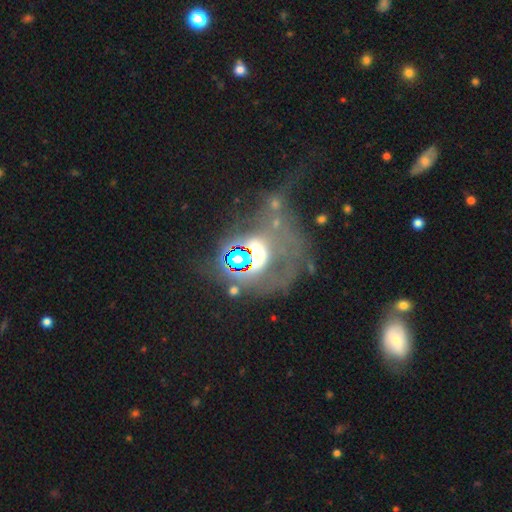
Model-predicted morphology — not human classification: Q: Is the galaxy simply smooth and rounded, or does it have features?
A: star or artifact — 41%.